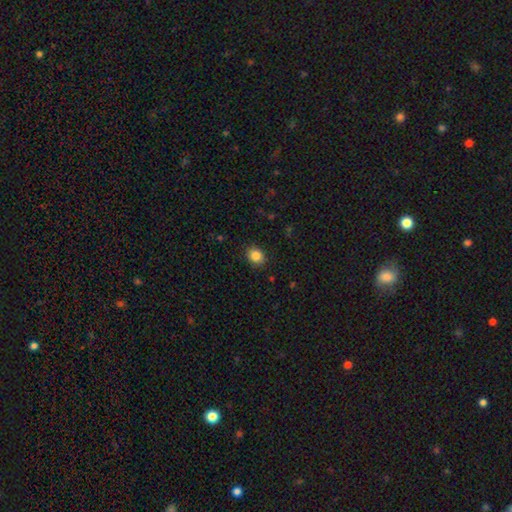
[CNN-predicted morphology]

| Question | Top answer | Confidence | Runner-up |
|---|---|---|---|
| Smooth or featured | smooth | 86% | star or artifact (10%) |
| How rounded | round | 62% | in between (37%) |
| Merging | none | 89% | minor disturbance (8%) |